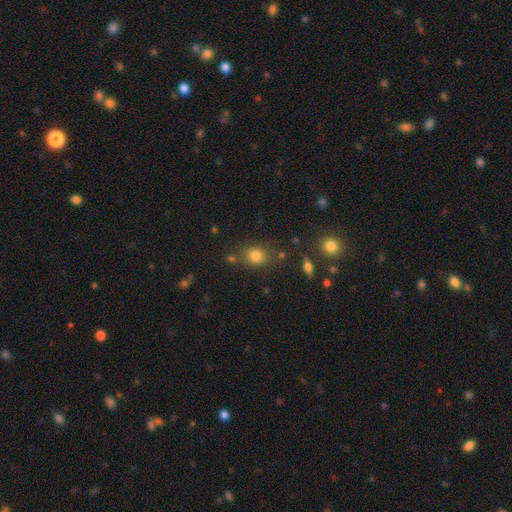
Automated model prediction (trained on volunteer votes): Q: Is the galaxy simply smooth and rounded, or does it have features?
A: smooth — 79%.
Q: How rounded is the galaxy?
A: round — 71%.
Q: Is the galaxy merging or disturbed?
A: none — 75%.